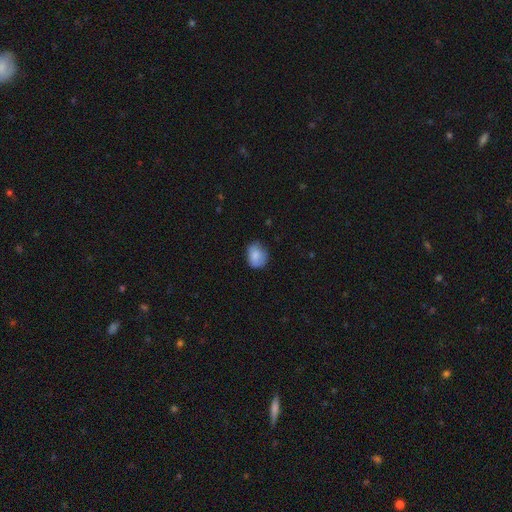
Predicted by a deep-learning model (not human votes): The model was most divided on "how rounded": round: 50%, in between: 49%, cigar-shaped: 1%. More confident: smooth or featured — smooth (81%); merging — none (65%).